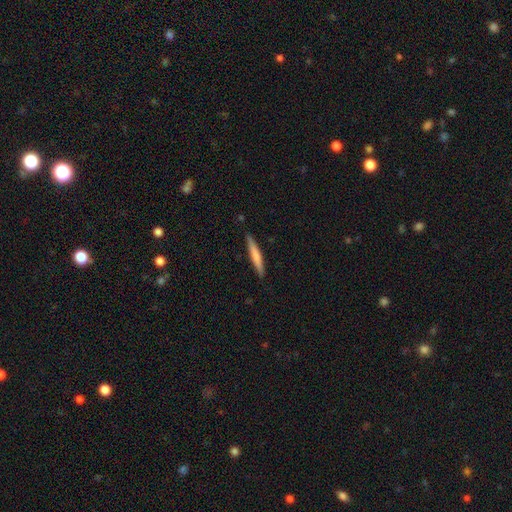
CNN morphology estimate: Smooth or featured: smooth — 65% (featured or disk — 30%)
How rounded: cigar-shaped — 95% (in between — 4%)
Merging: none — 88% (minor disturbance — 9%)